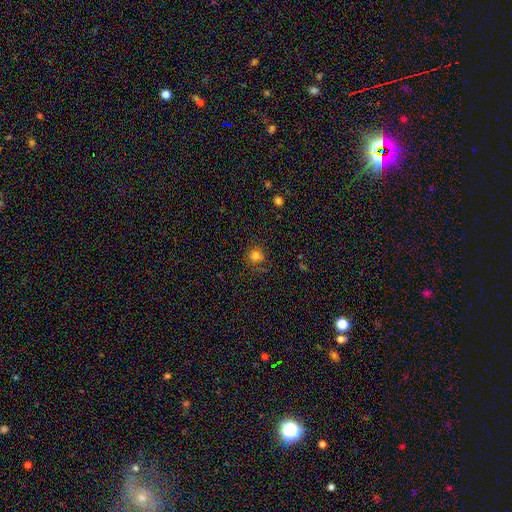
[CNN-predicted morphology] Overall: smooth (78%). How rounded: round (89%). Merging: none (76%).